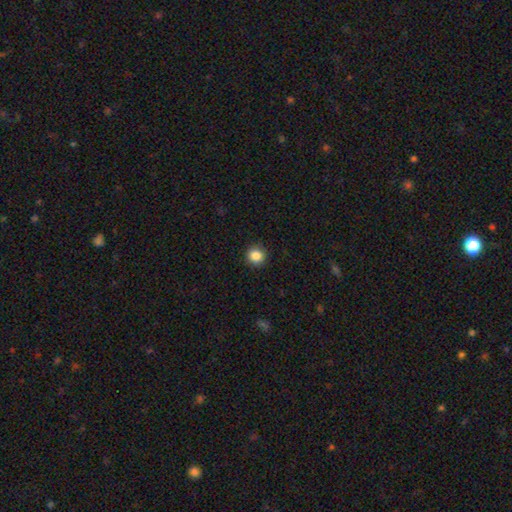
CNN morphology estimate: smooth 86%, star or artifact 10%, featured or disk 4%. Down the decision tree: how rounded — round (93%); merging — none (91%).